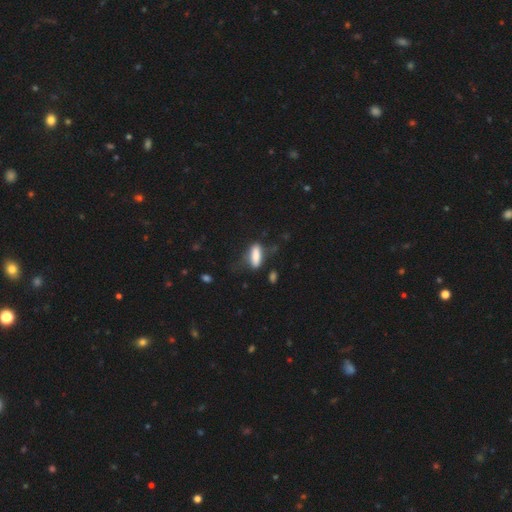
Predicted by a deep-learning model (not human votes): Smooth or featured? smooth (78%)
How rounded? in between (53%)
Merging? none (57%)